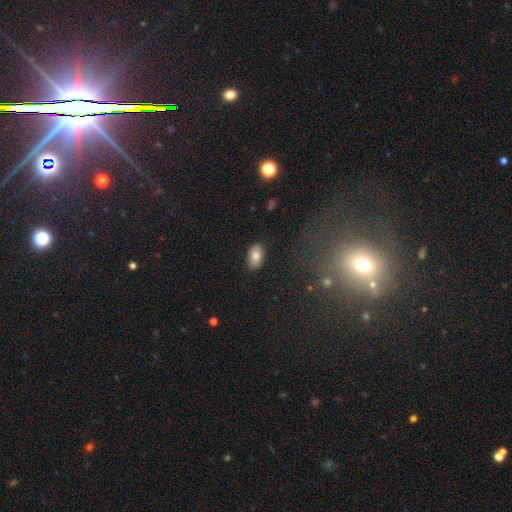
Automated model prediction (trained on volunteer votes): A smooth galaxy with no disk features (81%) that is in between round and cigar-shaped (93%).

Vote fractions:
- Smooth or featured? smooth: 81% / featured or disk: 11% / star or artifact: 8%
- How rounded? in between: 93% / round: 6% / cigar-shaped: 2%
- Merging? none: 86% / minor disturbance: 11% / major disturbance: 2% / merger: 1%